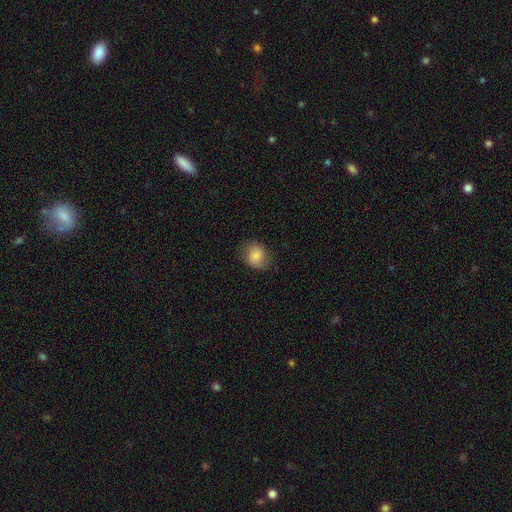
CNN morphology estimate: A smooth galaxy with no disk features (83%) that is round (60%).

Vote fractions:
- Smooth or featured? smooth: 83% / featured or disk: 9% / star or artifact: 8%
- How rounded? round: 60% / in between: 39% / cigar-shaped: 1%
- Merging? none: 77% / minor disturbance: 17% / major disturbance: 5% / merger: 1%